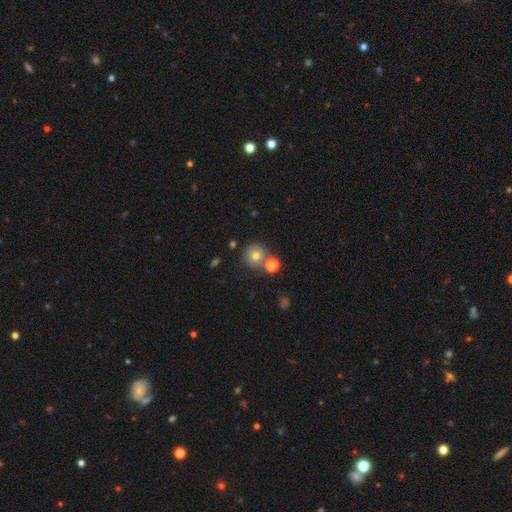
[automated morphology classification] Overall: smooth (74%). How rounded: round (92%). Merging: none (66%).